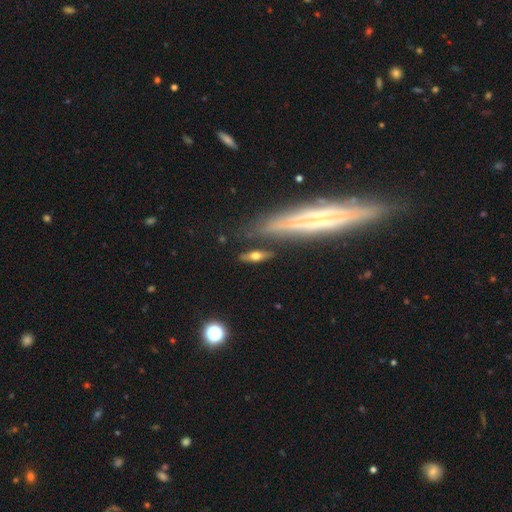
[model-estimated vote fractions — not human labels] Q: Smooth or featured?
A: smooth (50%); runner-up: featured or disk (41%)
Q: How rounded?
A: in between (55%); runner-up: cigar-shaped (39%)
Q: Merging?
A: none (76%); runner-up: minor disturbance (14%)